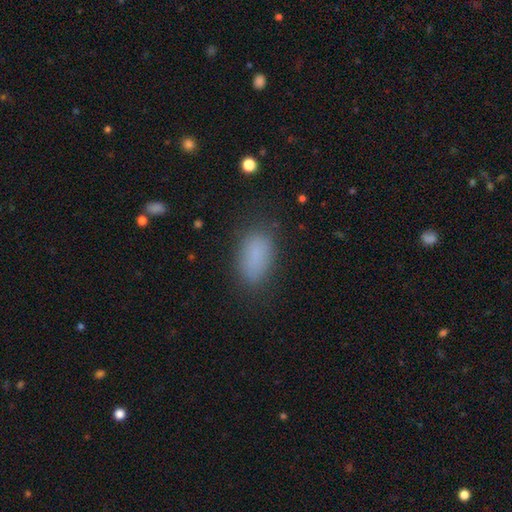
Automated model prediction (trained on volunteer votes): Q: Smooth or featured?
A: smooth (84%); runner-up: star or artifact (10%)
Q: How rounded?
A: in between (91%); runner-up: round (6%)
Q: Merging?
A: none (79%); runner-up: minor disturbance (14%)